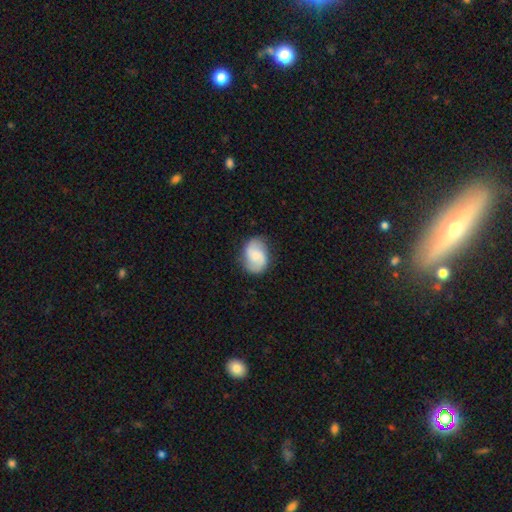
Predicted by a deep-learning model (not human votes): Smooth or featured? featured or disk (64%)
Edge-on disk? no (98%)
Bar? no (55%)
Spiral arms? yes (94%)
Spiral winding? medium (46%)
Spiral arm count? 2 (90%)
Bulge size? small (46%)
Merging? none (79%)